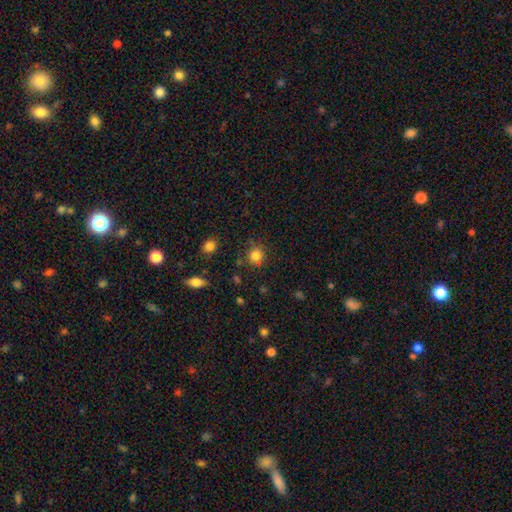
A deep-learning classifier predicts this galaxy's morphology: smooth 82%, star or artifact 13%, featured or disk 6%. Down the decision tree: how rounded — round (87%); merging — none (76%).